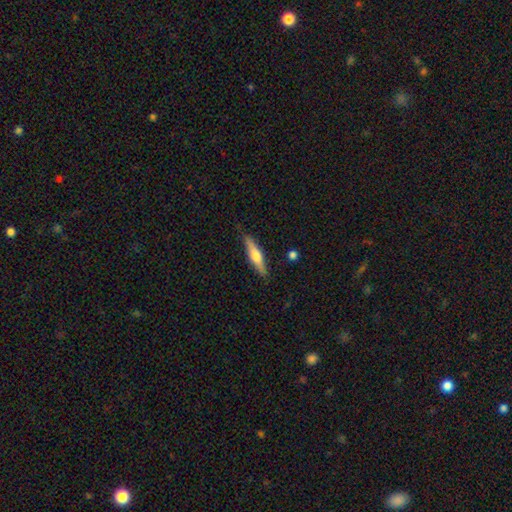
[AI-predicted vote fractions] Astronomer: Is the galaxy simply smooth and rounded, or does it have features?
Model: featured or disk — 50% (runner-up: smooth, 44%).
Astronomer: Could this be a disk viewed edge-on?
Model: yes — 95%.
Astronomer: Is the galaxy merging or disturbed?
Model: none — 86%.